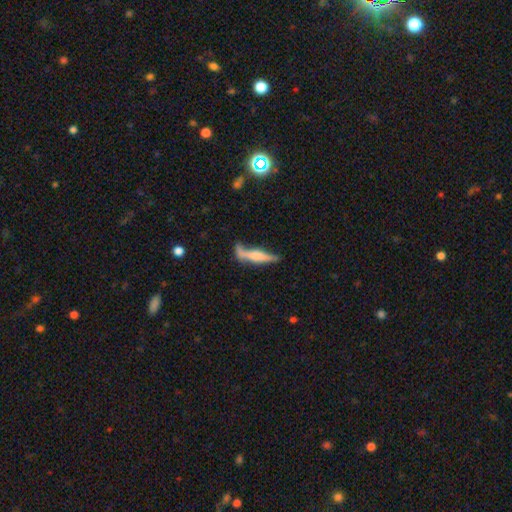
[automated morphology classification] Smooth or featured? Predicted: smooth (p=0.50). How rounded? Predicted: cigar-shaped (p=0.84). Merging? Predicted: none (p=0.49).